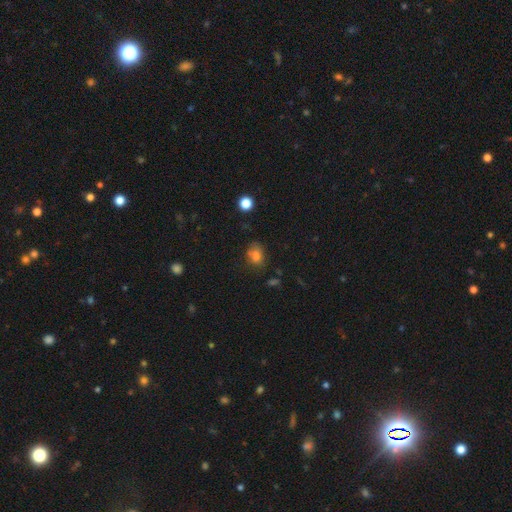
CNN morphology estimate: Smooth or featured: smooth — 74% (star or artifact — 15%)
How rounded: in between — 59% (round — 39%)
Merging: none — 57% (minor disturbance — 22%)